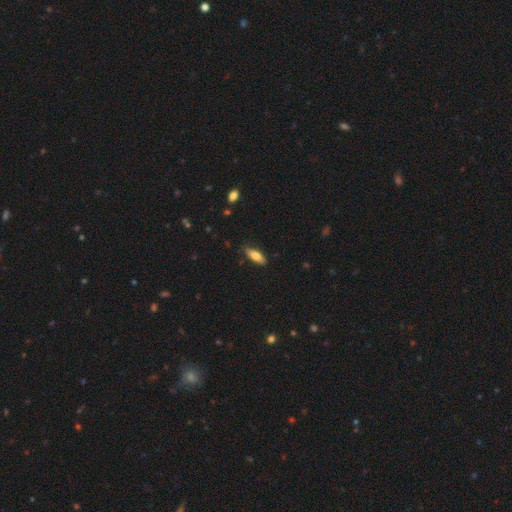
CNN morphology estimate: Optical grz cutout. It shows a smooth galaxy with no disk features (76%) that is in between round and cigar-shaped (60%). Merging: none (82%).